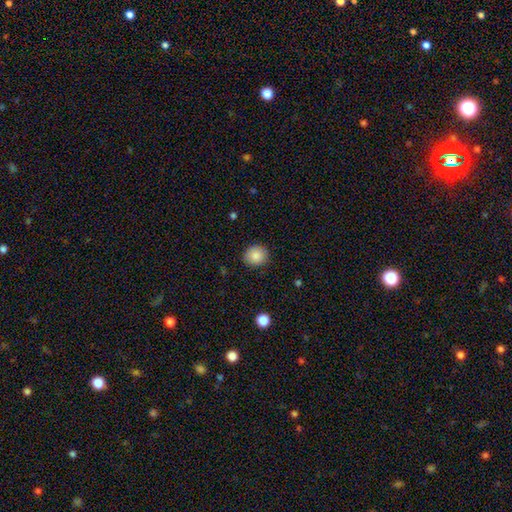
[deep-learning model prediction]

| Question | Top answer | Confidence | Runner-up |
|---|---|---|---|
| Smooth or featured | smooth | 87% | star or artifact (9%) |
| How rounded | round | 85% | in between (14%) |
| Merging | none | 89% | minor disturbance (7%) |